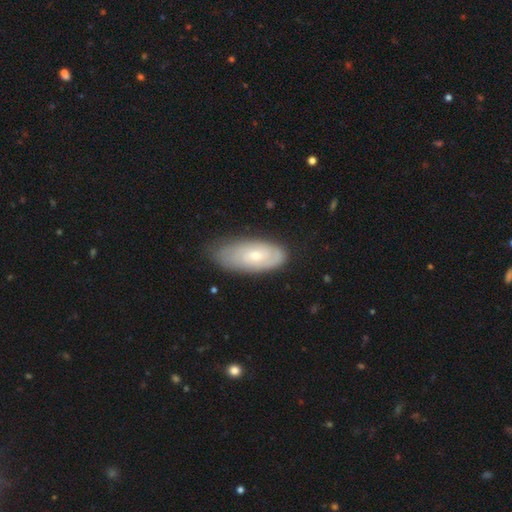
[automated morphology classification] A featured or disk galaxy (55%). Merging: none (68%).